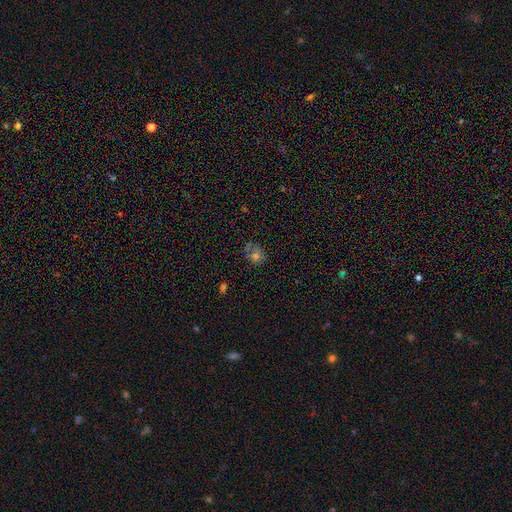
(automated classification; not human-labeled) A smooth galaxy with no disk features (62%) that is round (74%).

Vote fractions:
- Smooth or featured? smooth: 62% / star or artifact: 22% / featured or disk: 16%
- How rounded? round: 74% / in between: 25% / cigar-shaped: 1%
- Merging? none: 59% / minor disturbance: 22% / major disturbance: 11% / merger: 8%